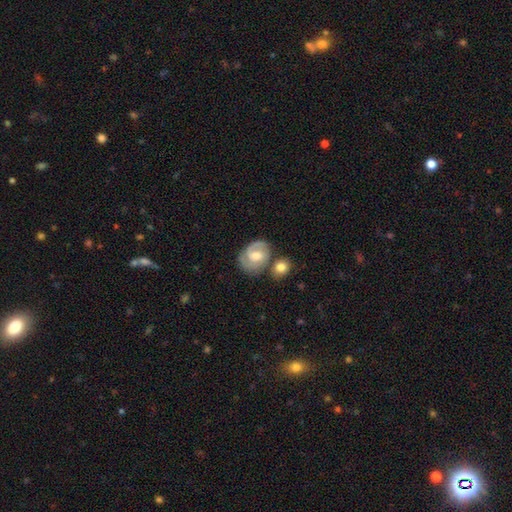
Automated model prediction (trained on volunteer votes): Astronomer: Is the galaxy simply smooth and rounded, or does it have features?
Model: featured or disk — 66%.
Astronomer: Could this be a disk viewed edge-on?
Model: no — 97%.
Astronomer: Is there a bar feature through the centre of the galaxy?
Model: no — 48% (runner-up: weak, 43%).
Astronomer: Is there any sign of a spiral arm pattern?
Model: yes — 88%.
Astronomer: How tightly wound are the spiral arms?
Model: tight — 50% (runner-up: medium, 39%).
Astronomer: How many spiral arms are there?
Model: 2 — 64%.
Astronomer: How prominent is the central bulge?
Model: moderate — 66%.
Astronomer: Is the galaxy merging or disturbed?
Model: none — 58%.